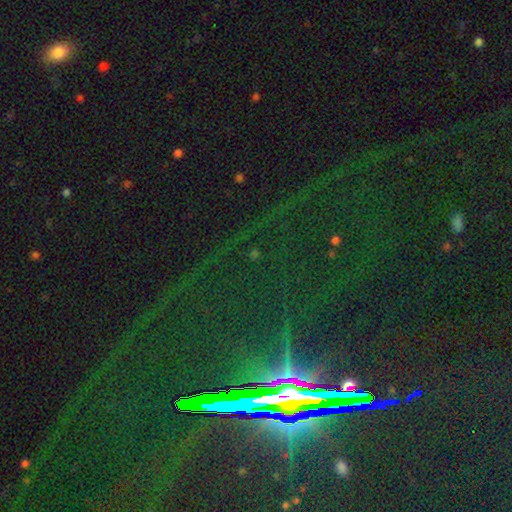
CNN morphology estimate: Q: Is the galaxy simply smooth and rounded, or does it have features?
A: star or artifact — 86%.